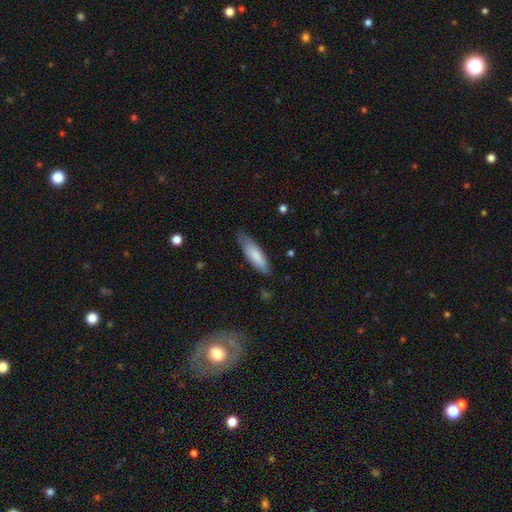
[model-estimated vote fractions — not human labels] Smooth or featured? Predicted: smooth (p=0.81). How rounded? Predicted: in between (p=0.51). Merging? Predicted: none (p=0.72).